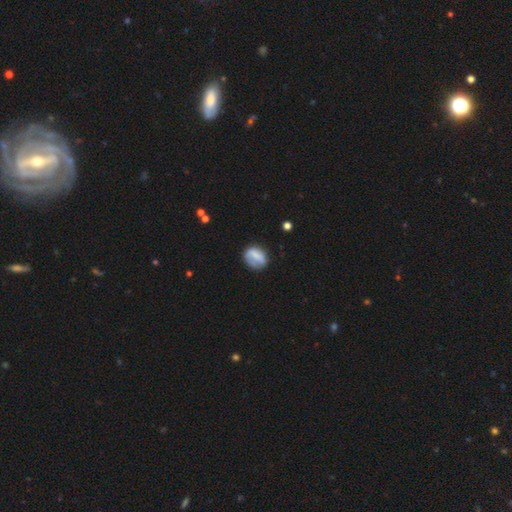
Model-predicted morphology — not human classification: A smooth galaxy with no disk features (66%) that is in between round and cigar-shaped (51%).

Vote fractions:
- Smooth or featured? smooth: 66% / featured or disk: 25% / star or artifact: 8%
- How rounded? in between: 51% / round: 46% / cigar-shaped: 3%
- Merging? none: 63% / minor disturbance: 24% / major disturbance: 10% / merger: 3%